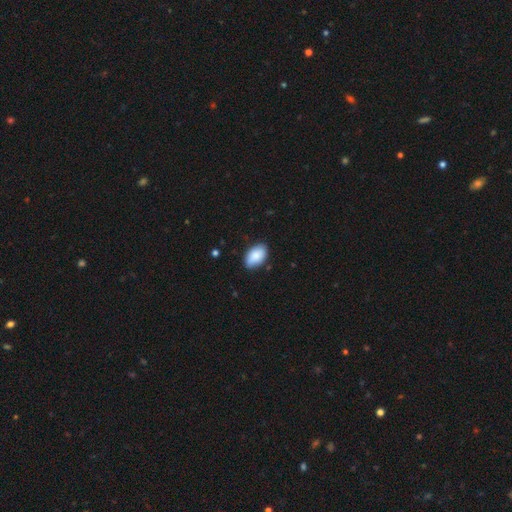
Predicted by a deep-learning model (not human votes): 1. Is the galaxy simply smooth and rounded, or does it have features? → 87% smooth, 7% featured or disk, 6% star or artifact.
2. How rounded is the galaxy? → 94% in between, 5% round, 1% cigar-shaped.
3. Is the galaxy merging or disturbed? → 84% none, 13% minor disturbance, 2% major disturbance, 1% merger.